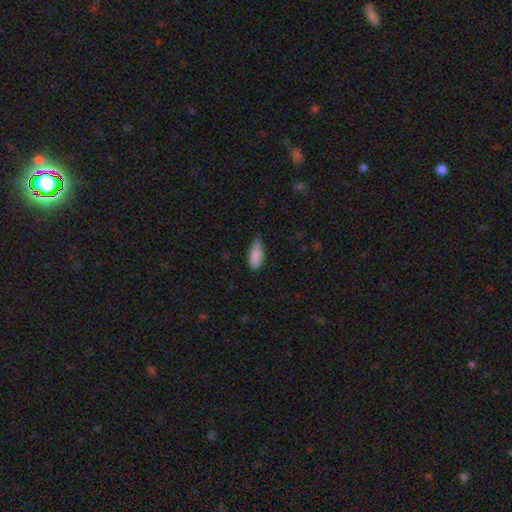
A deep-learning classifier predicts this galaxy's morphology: Smooth or featured?
  - smooth: 88% *
  - star or artifact: 7%
  - featured or disk: 5%
How rounded?
  - in between: 85% *
  - cigar-shaped: 13%
  - round: 2%
Merging?
  - none: 57% *
  - minor disturbance: 37%
  - major disturbance: 5%
  - merger: 1%